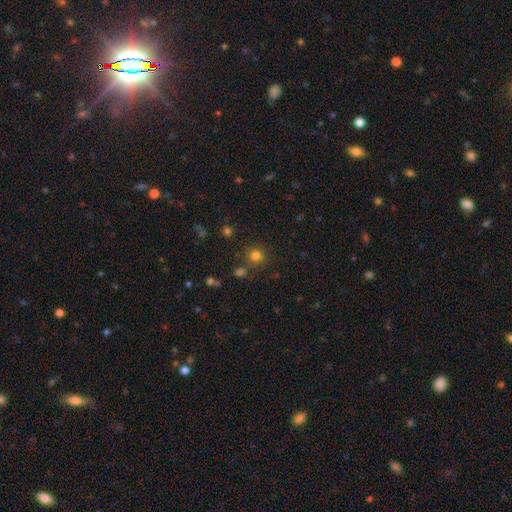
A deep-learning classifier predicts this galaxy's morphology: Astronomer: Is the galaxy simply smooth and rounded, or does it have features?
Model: smooth — 78%.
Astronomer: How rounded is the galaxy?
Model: round — 90%.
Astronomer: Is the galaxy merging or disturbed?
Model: none — 80%.